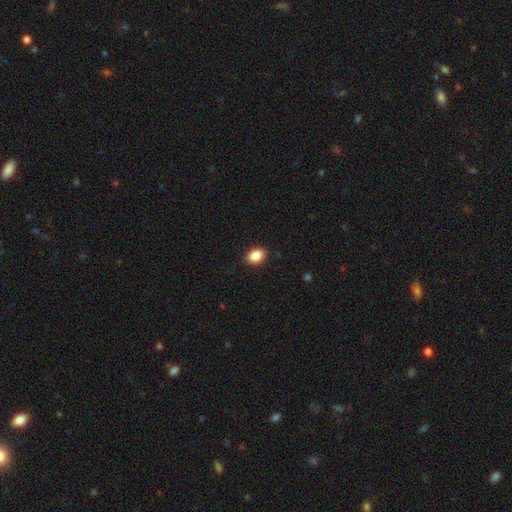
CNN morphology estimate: Smooth or featured? smooth (88%)
How rounded? in between (70%)
Merging? none (89%)